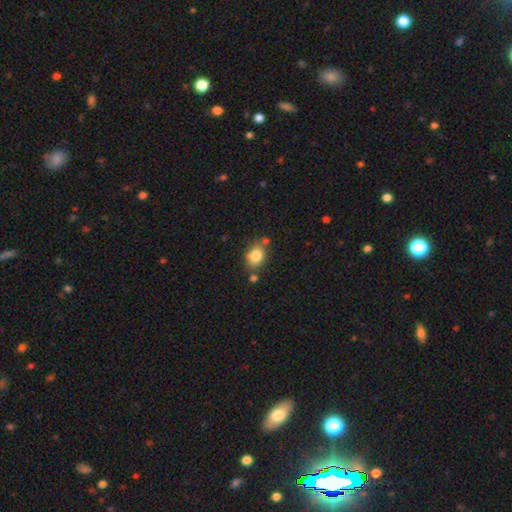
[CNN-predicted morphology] This is clearly a smooth galaxy (82%). How rounded: likely in between (66%). Merging: likely none (68%).